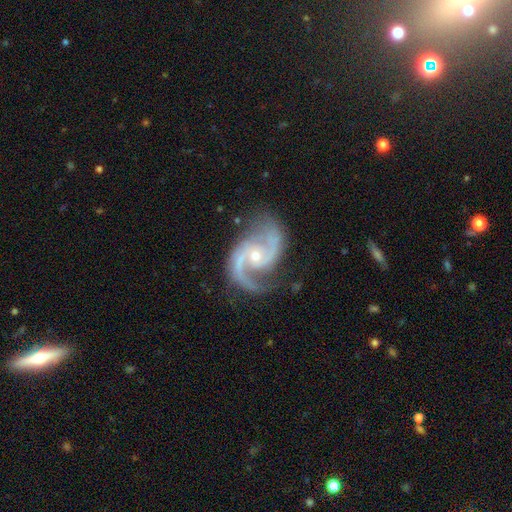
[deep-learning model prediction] Smooth or featured? Predicted: featured or disk (p=0.93). Edge-on disk? Predicted: no (p=0.98). Bar? Predicted: no (p=0.63). Spiral arms? Predicted: yes (p=0.98). Spiral winding? Predicted: medium (p=0.61). Spiral arm count? Predicted: 2 (p=0.90). Bulge size? Predicted: small (p=0.64). Merging? Predicted: none (p=0.74).